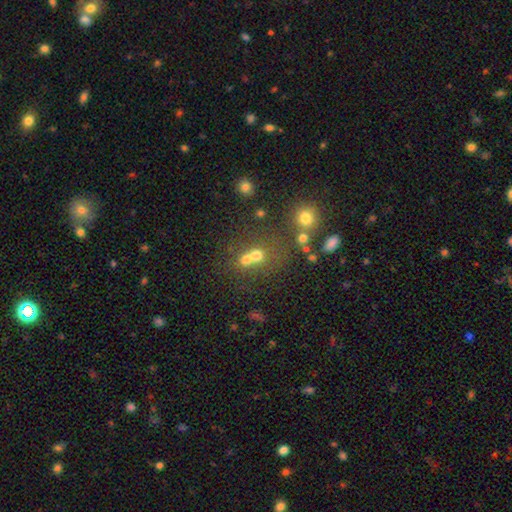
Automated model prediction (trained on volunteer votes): This is likely a smooth galaxy (63%). How rounded: likely round (74%). Merging: possibly merger (53%).